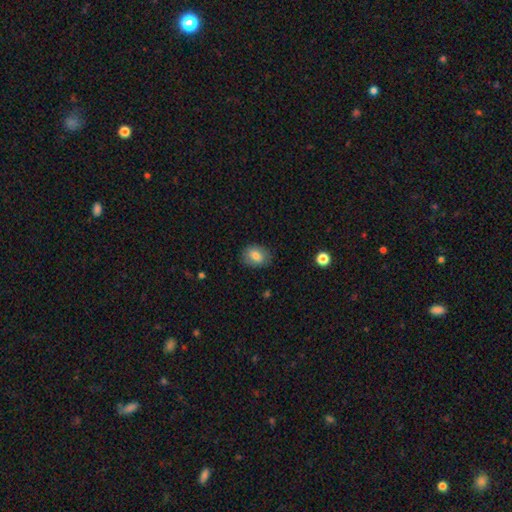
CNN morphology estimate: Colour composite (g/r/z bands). It shows a smooth galaxy with no disk features (80%) that is in between round and cigar-shaped (58%). Merging: none (81%).